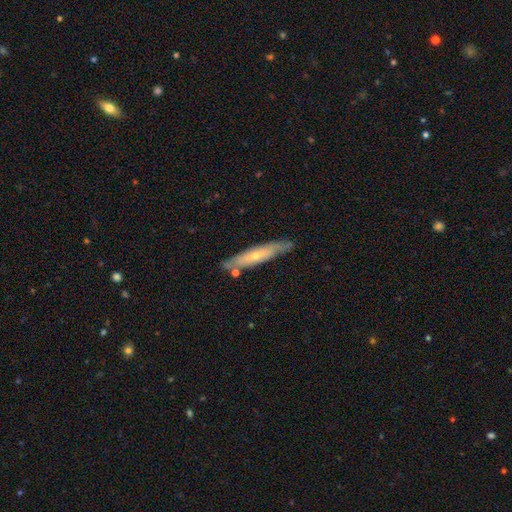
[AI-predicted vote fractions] This is possibly a featured or disk galaxy (53%). It is likely viewed edge-on (65%). Merging: likely none (75%).